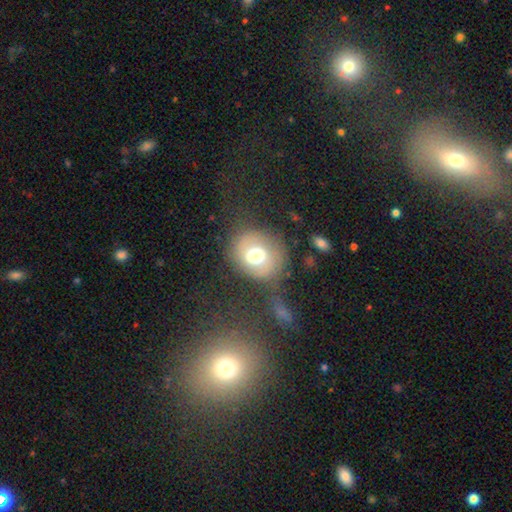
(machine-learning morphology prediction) A smooth galaxy with no disk features (61%) that is round (71%).

Vote fractions:
- Smooth or featured? smooth: 61% / featured or disk: 26% / star or artifact: 12%
- How rounded? round: 71% / in between: 28% / cigar-shaped: 1%
- Merging? none: 58% / minor disturbance: 18% / major disturbance: 17% / merger: 6%